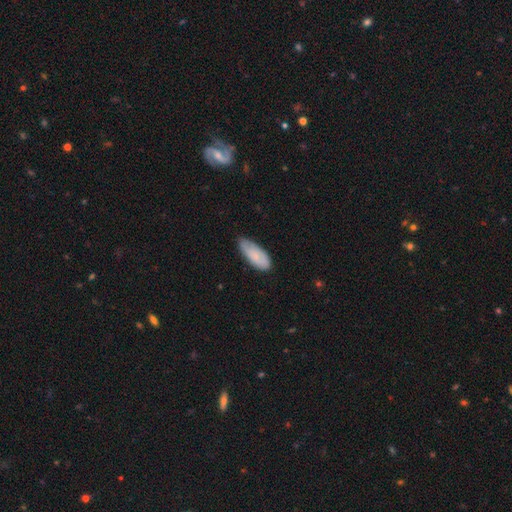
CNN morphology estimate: Smooth or featured?
  - smooth: 80% *
  - featured or disk: 15%
  - star or artifact: 6%
How rounded?
  - in between: 80% *
  - cigar-shaped: 19%
  - round: 2%
Merging?
  - none: 61% *
  - minor disturbance: 33%
  - major disturbance: 5%
  - merger: 2%